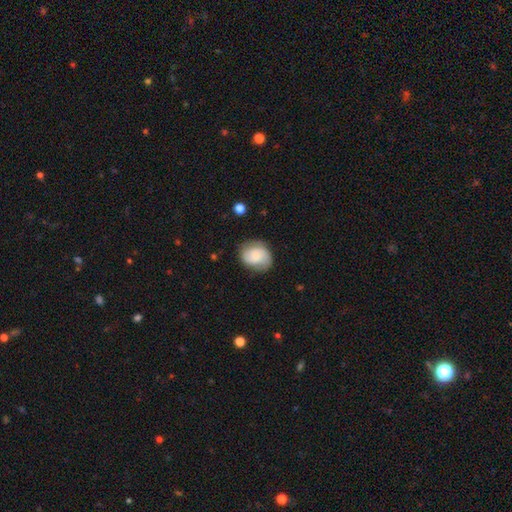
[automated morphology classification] Smooth or featured? Predicted: smooth (p=0.51). How rounded? Predicted: round (p=0.56). Merging? Predicted: none (p=0.69).